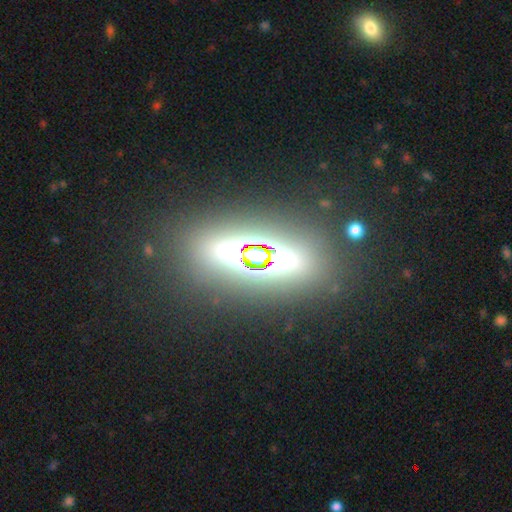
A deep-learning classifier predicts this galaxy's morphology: Q: Smooth or featured?
A: star or artifact (46%); runner-up: smooth (31%)